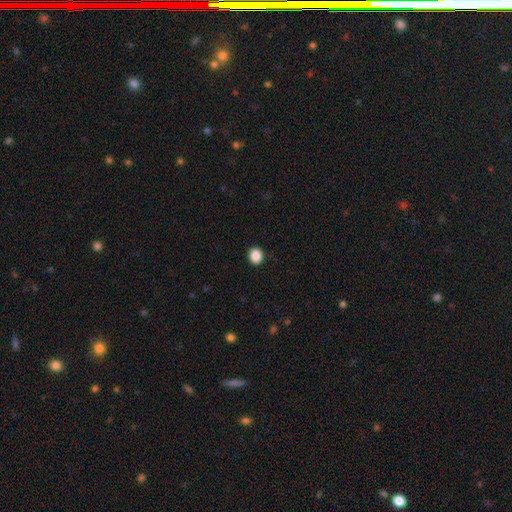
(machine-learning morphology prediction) This is clearly a smooth galaxy (89%). How rounded: likely round (69%). Merging: clearly none (92%).